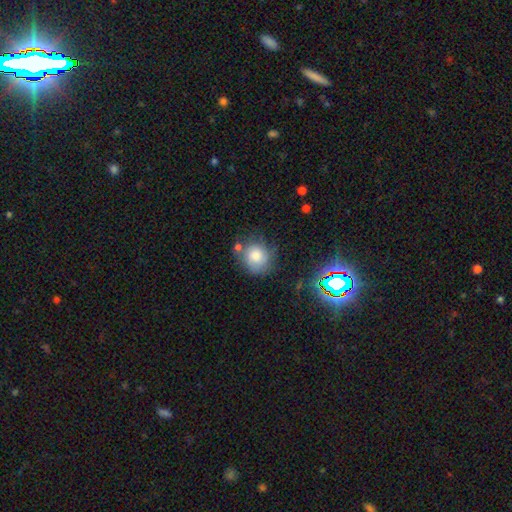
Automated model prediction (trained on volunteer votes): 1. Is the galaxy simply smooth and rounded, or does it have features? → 72% smooth, 15% featured or disk, 12% star or artifact.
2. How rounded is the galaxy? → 85% round, 14% in between, 1% cigar-shaped.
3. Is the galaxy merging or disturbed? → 58% none, 23% minor disturbance, 11% merger, 9% major disturbance.